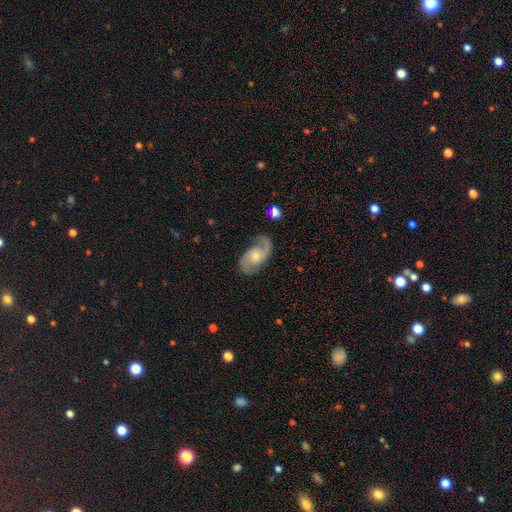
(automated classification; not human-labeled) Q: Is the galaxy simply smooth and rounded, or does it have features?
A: featured or disk — 78%.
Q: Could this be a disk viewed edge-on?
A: no — 96%.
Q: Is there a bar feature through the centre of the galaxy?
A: no — 63%.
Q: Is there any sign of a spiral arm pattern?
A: yes — 94%.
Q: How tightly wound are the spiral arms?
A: medium — 45%.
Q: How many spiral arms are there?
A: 2 — 75%.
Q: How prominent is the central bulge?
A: moderate — 50%.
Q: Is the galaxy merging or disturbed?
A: none — 68%.